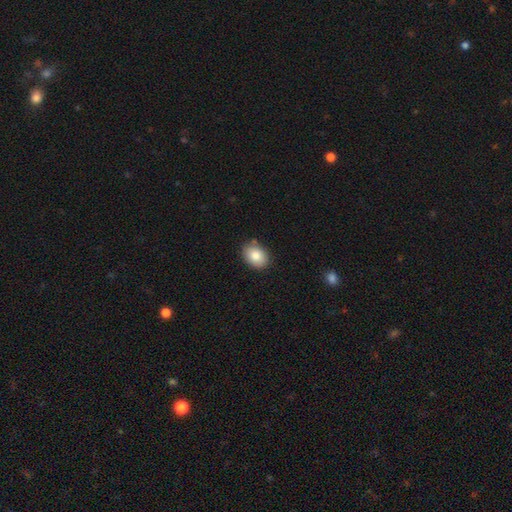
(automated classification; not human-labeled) Smooth or featured?
  - smooth: 84% *
  - featured or disk: 8%
  - star or artifact: 8%
How rounded?
  - in between: 67% *
  - round: 32%
  - cigar-shaped: 1%
Merging?
  - none: 82% *
  - minor disturbance: 13%
  - merger: 3%
  - major disturbance: 2%